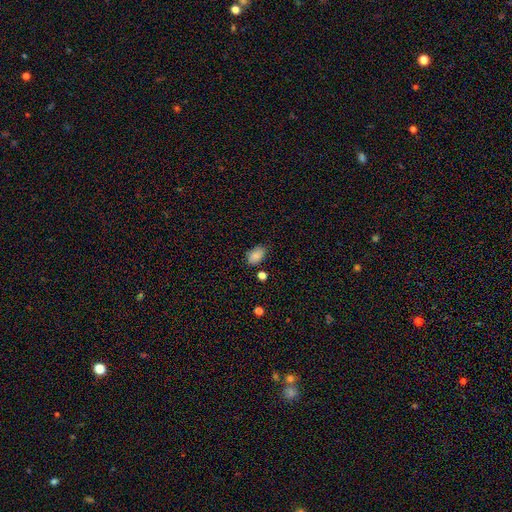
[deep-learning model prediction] smooth-or-featured: smooth: 84% | star or artifact: 9% | featured or disk: 7%
  how-rounded: in between: 88% | round: 11% | cigar-shaped: 1%
  merging: none: 72% | minor disturbance: 20% | merger: 4% | major disturbance: 4%